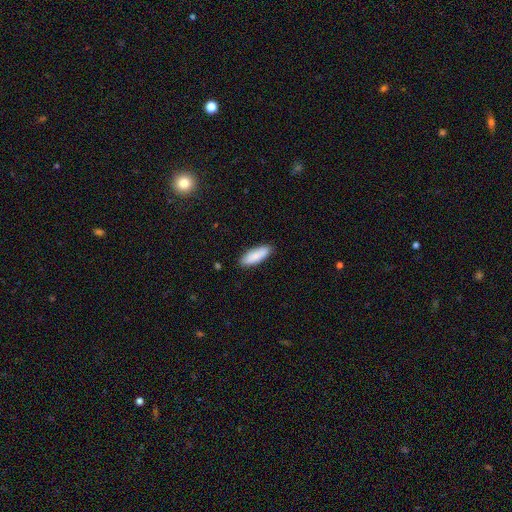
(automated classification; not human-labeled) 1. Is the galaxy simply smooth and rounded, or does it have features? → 87% smooth, 8% featured or disk, 5% star or artifact.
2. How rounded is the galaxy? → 65% in between, 34% cigar-shaped, 2% round.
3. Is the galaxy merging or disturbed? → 88% none, 9% minor disturbance, 2% major disturbance, 1% merger.